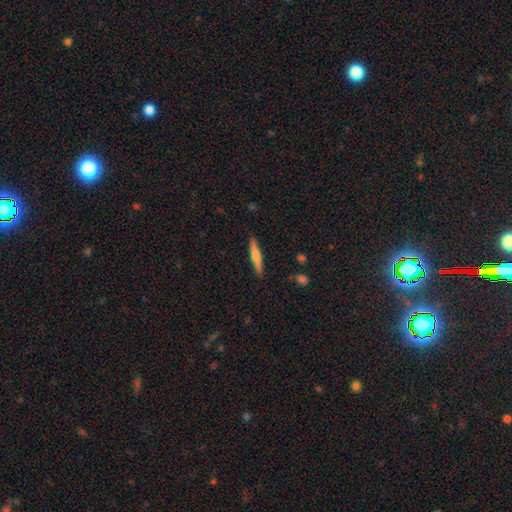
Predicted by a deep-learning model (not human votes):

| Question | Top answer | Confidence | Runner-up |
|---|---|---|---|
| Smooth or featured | smooth | 54% | featured or disk (41%) |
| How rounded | cigar-shaped | 92% | in between (7%) |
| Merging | none | 90% | minor disturbance (7%) |